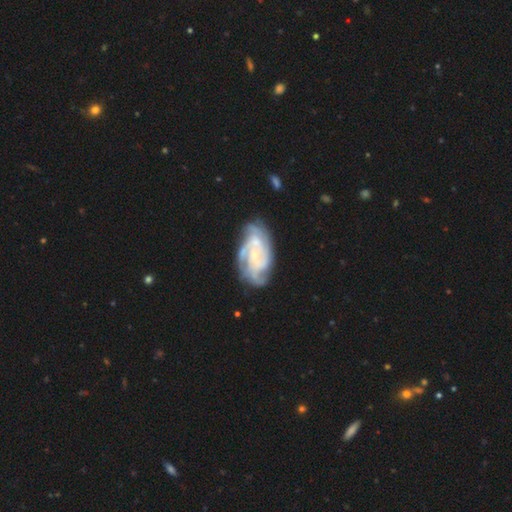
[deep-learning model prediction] A featured or disk galaxy (84%) with no bar (61%), 3 (31%) tight (55%) spiral arms (96%) and a small central bulge (63%).

Vote fractions:
- Smooth or featured? featured or disk: 84% / smooth: 10% / star or artifact: 6%
- Edge-on disk? no: 97% / yes: 3%
- Bar? no: 61% / weak: 31% / strong: 9%
- Spiral arms? yes: 96% / no: 4%
- Spiral winding? tight: 55% / medium: 37% / loose: 8%
- Spiral arm count? 3: 31% / 4: 27% / can't tell: 20% / 2: 12% / more than 4: 6% / 1: 5%
- Bulge size? small: 63% / moderate: 20% / none: 13% / large: 3% / dominant: 1%
- Merging? none: 67% / minor disturbance: 21% / major disturbance: 9% / merger: 3%